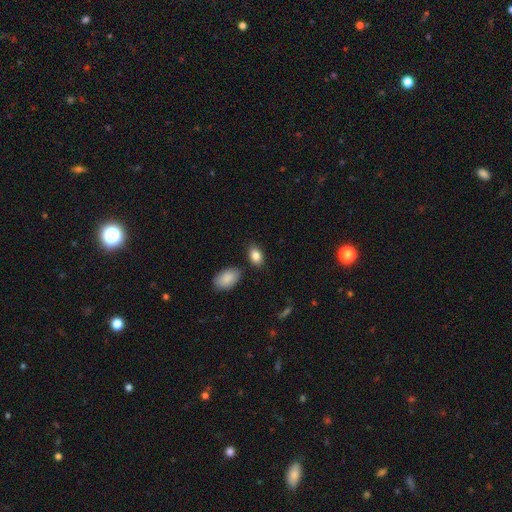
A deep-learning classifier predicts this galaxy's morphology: Smooth or featured? Predicted: smooth (p=0.86). How rounded? Predicted: in between (p=0.87). Merging? Predicted: none (p=0.78).